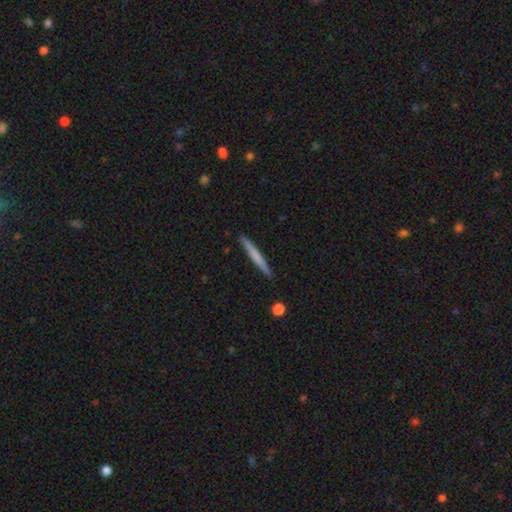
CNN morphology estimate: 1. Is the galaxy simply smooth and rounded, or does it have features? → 63% smooth, 31% featured or disk, 5% star or artifact.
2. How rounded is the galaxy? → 97% cigar-shaped, 2% in between, 1% round.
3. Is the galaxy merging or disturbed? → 91% none, 6% minor disturbance, 1% major disturbance, 1% merger.